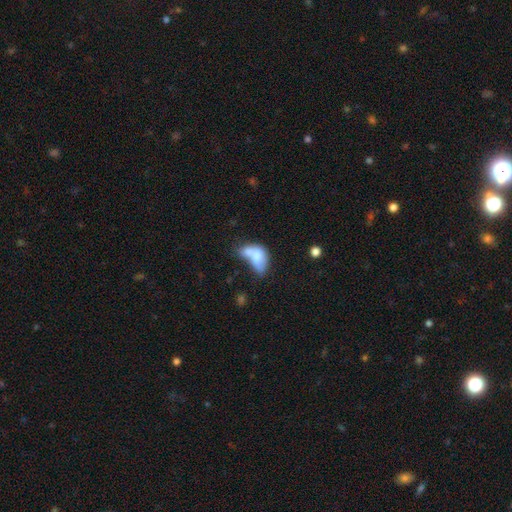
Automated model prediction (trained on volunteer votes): A smooth galaxy with no disk features (65%) that is in between round and cigar-shaped (86%). Merging: merger (64%).